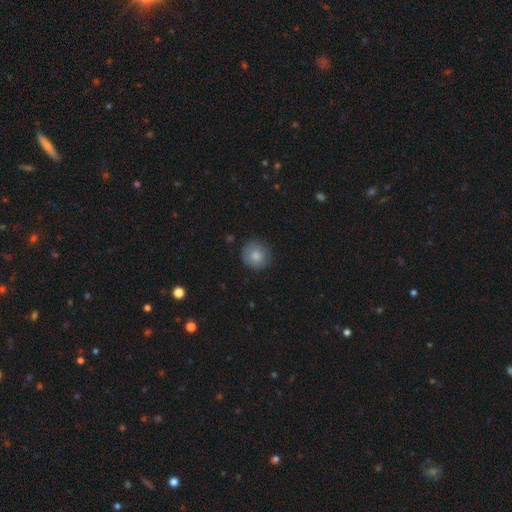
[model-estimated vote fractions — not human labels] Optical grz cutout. It shows a smooth galaxy with no disk features (82%) that is round (89%). Merging: none (83%).